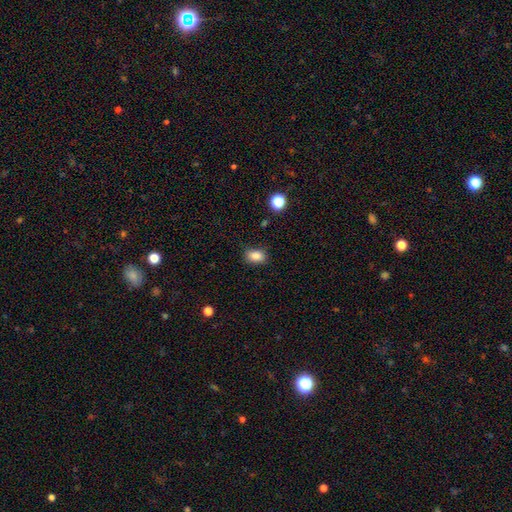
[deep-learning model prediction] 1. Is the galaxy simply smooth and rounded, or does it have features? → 85% smooth, 10% star or artifact, 5% featured or disk.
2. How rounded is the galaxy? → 77% in between, 22% round, 2% cigar-shaped.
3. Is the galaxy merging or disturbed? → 81% none, 14% minor disturbance, 3% major disturbance, 2% merger.